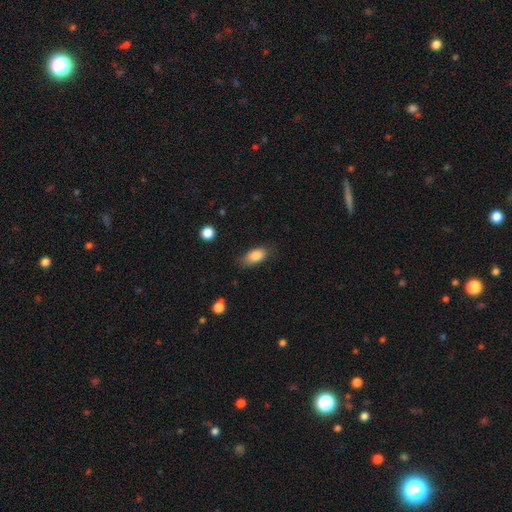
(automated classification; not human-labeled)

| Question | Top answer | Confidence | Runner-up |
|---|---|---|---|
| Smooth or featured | smooth | 83% | featured or disk (10%) |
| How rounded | in between | 88% | cigar-shaped (6%) |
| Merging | none | 74% | minor disturbance (20%) |